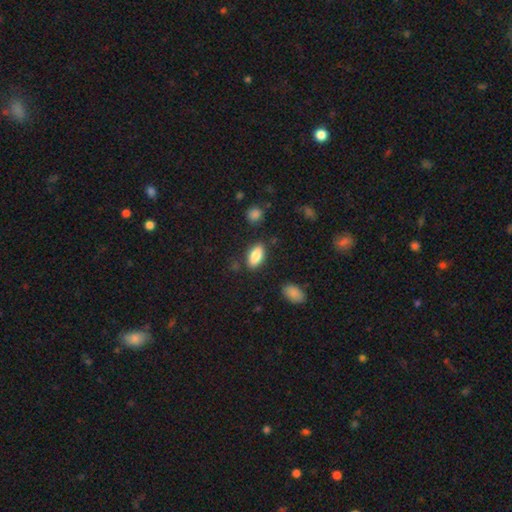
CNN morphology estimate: Smooth or featured? Predicted: smooth (p=0.84). How rounded? Predicted: in between (p=0.90). Merging? Predicted: none (p=0.83).